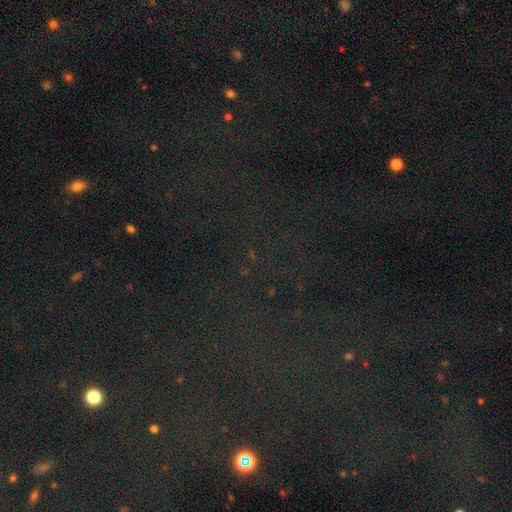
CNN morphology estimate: This is clearly a star or artifact rather than a galaxy (81%).